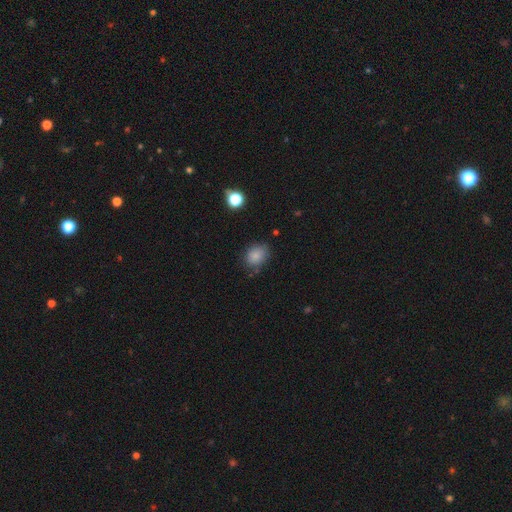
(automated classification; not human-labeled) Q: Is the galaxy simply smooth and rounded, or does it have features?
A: smooth — 83%.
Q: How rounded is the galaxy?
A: in between — 53%.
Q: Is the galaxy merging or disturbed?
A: none — 73%.